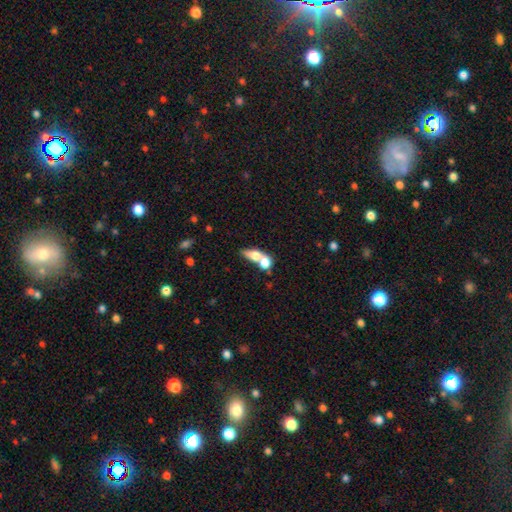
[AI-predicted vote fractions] smooth_or_featured: smooth (p=0.67) [alt: featured or disk p=0.24]
how_rounded: in between (p=0.58) [alt: round p=0.26]
merging: merger (p=0.65) [alt: none p=0.21]